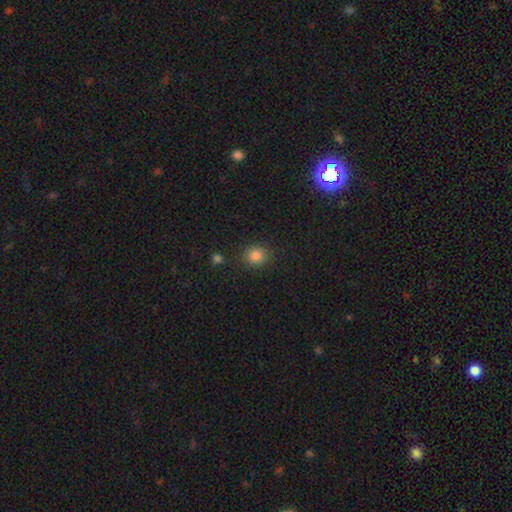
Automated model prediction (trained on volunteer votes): A smooth galaxy with no disk features (84%) that is round (72%).

Vote fractions:
- Smooth or featured? smooth: 84% / star or artifact: 12% / featured or disk: 4%
- How rounded? round: 72% / in between: 27% / cigar-shaped: 1%
- Merging? none: 84% / minor disturbance: 10% / major disturbance: 3% / merger: 3%